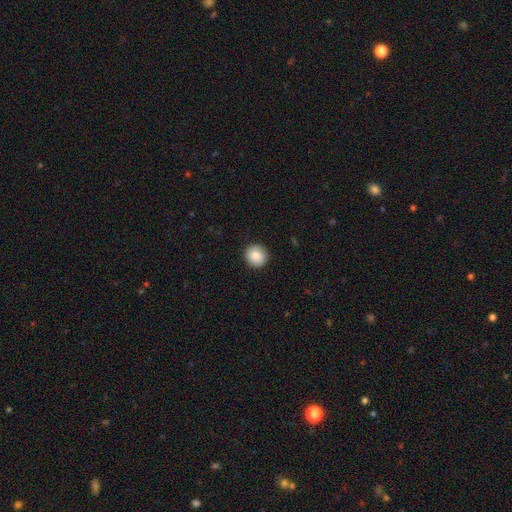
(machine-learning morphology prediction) type=smooth (88%); roundness=round (91%); merging=none (92%).